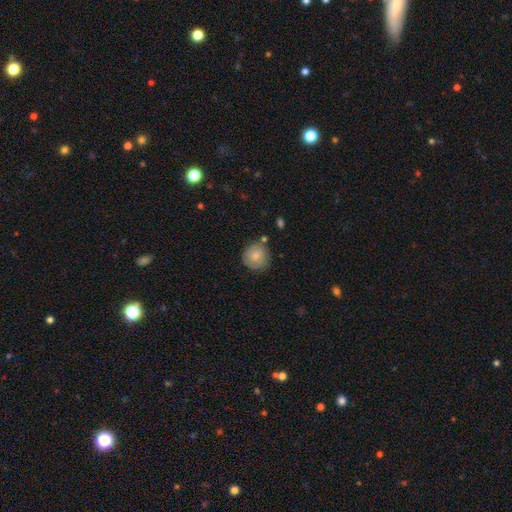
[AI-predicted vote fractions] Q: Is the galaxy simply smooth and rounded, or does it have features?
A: smooth — 67%.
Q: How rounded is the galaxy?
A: round — 90%.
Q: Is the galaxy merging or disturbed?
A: none — 72%.